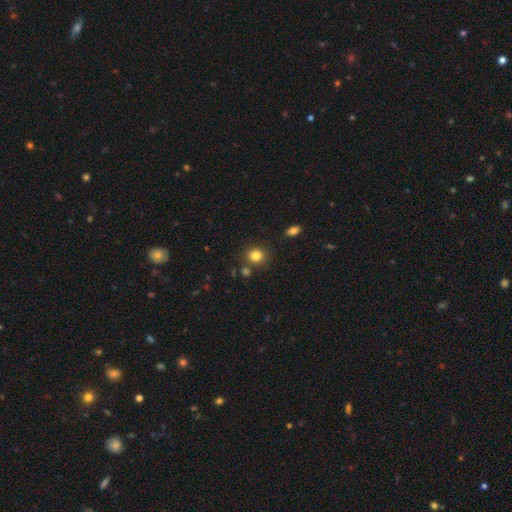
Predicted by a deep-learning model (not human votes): smooth 83%, star or artifact 12%, featured or disk 6%. Down the decision tree: how rounded — round (81%); merging — none (81%).